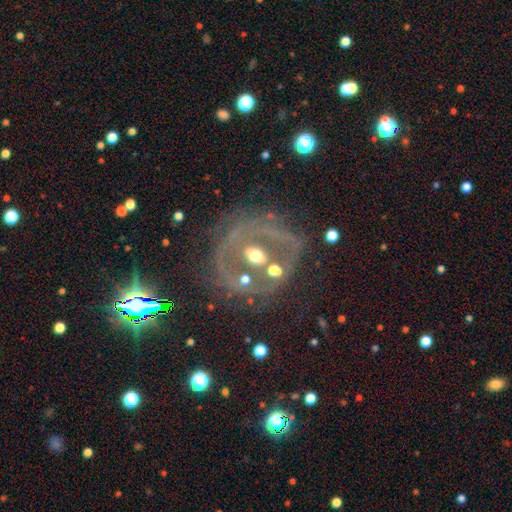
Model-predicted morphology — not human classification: type=featured or disk (67%); edge-on=no (95%); bar=no (48%); spiral arms=no (60%); bulge=moderate (64%); merging=none (57%).